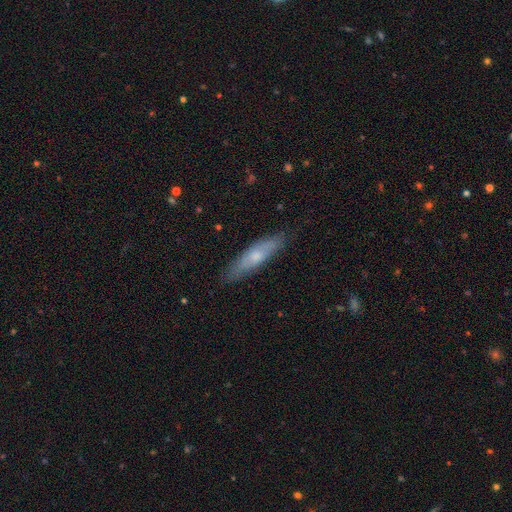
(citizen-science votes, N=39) Overall: featured or disk (62%; smooth 28%). Edge-on disk: yes (75%). Edge-on bulge: rounded (83%). Merging: none (83%).